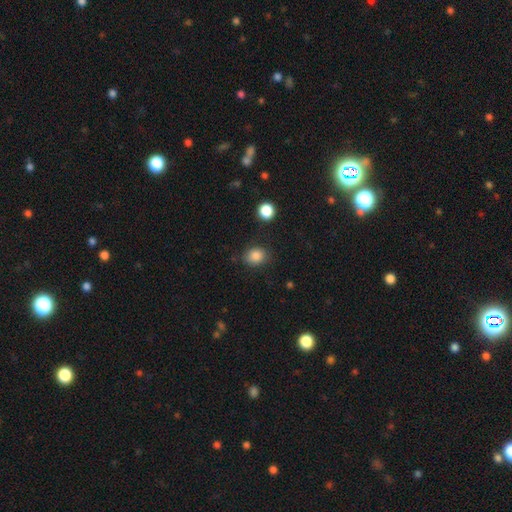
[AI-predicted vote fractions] Smooth or featured?
  - smooth: 86% *
  - star or artifact: 10%
  - featured or disk: 4%
How rounded?
  - round: 57% *
  - in between: 42%
  - cigar-shaped: 1%
Merging?
  - none: 83% *
  - minor disturbance: 12%
  - major disturbance: 4%
  - merger: 2%